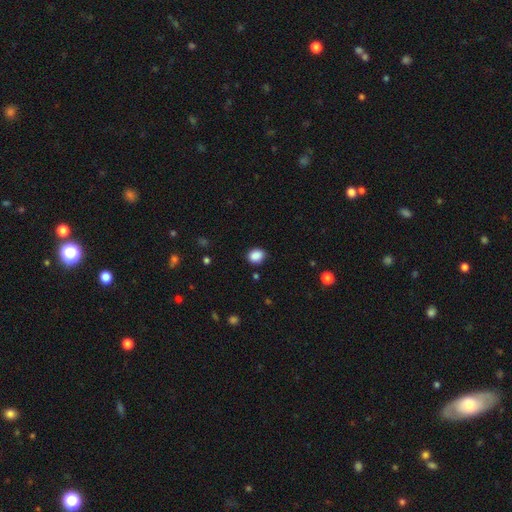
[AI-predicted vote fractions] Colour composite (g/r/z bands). It shows a smooth galaxy with no disk features (88%) that is round (56%). Merging: none (84%).